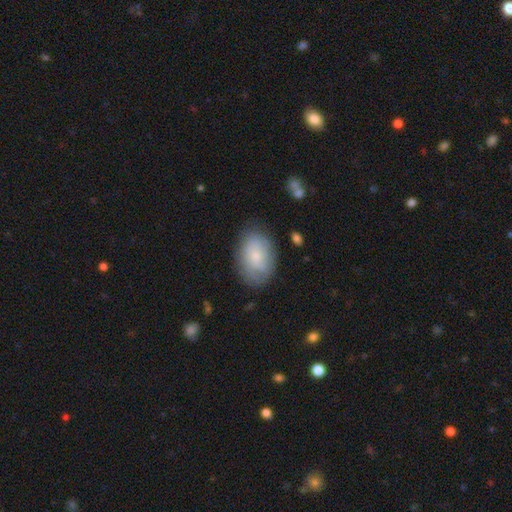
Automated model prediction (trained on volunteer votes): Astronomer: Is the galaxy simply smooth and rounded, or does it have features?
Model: smooth — 63%.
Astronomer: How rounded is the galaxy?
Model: in between — 86%.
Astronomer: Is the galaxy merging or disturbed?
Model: none — 72%.